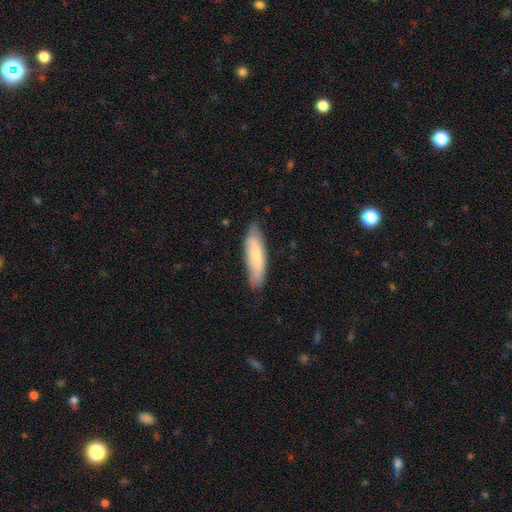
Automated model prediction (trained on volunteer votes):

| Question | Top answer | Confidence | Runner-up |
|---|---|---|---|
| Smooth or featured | smooth | 71% | featured or disk (23%) |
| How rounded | cigar-shaped | 60% | in between (38%) |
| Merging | none | 77% | minor disturbance (19%) |